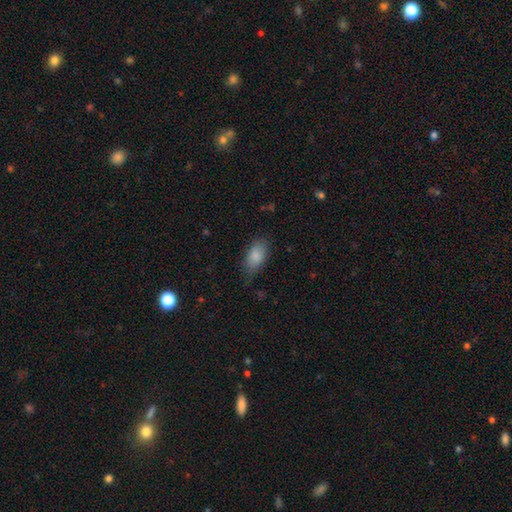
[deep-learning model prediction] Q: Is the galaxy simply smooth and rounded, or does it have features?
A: smooth — 86%.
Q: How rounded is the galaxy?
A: in between — 92%.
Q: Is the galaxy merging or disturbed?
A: none — 69%.